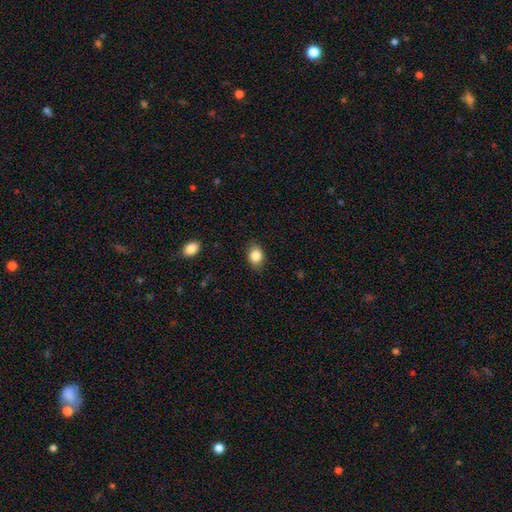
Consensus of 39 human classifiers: Morphology: type=smooth (82%); roundness=in between (59%); merging=none (72%).